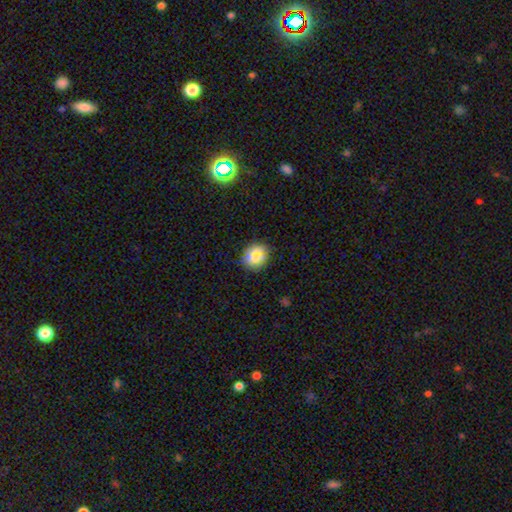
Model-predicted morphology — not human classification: Smooth or featured: smooth — 78% (star or artifact — 11%)
How rounded: round — 76% (in between — 22%)
Merging: none — 76% (minor disturbance — 18%)